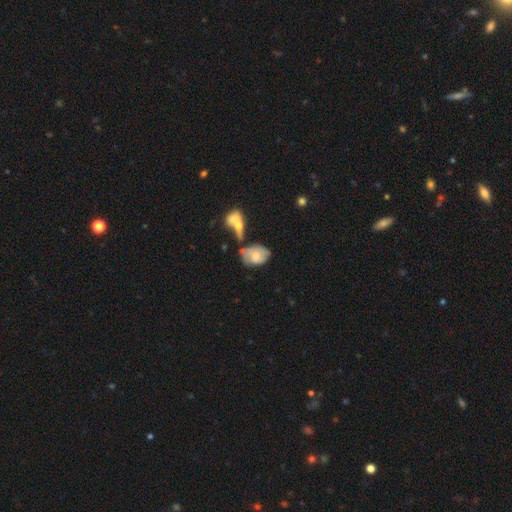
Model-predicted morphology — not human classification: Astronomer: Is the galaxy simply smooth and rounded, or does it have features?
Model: smooth — 54% (runner-up: featured or disk, 38%).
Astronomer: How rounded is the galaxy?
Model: in between — 76%.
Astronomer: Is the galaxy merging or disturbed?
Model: none — 33% (runner-up: merger, 26%).